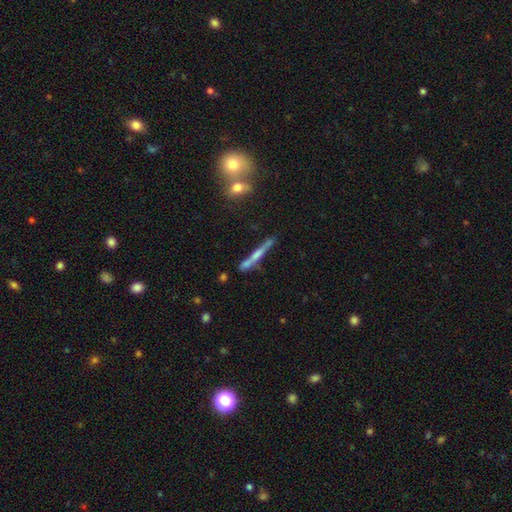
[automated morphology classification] smooth-or-featured: featured or disk: 58% | smooth: 34% | star or artifact: 8%
  disk-edge-on: yes: 94% | no: 6%
    edge-on-bulge: rounded: 47% | none: 36% | boxy: 17%
  merging: none: 73% | minor disturbance: 14% | merger: 9% | major disturbance: 4%